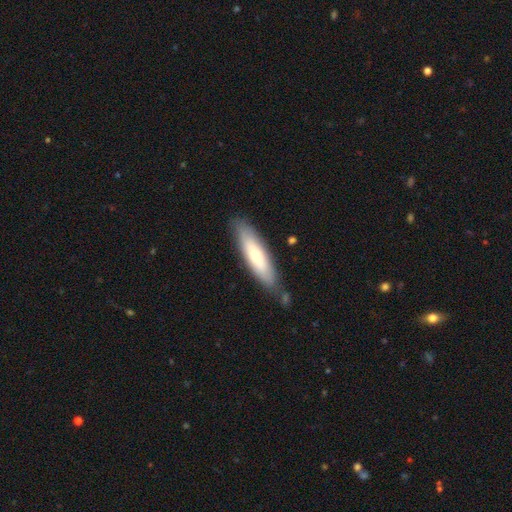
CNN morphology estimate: Q: Smooth or featured?
A: smooth (57%); runner-up: featured or disk (35%)
Q: How rounded?
A: cigar-shaped (70%); runner-up: in between (29%)
Q: Merging?
A: none (82%); runner-up: minor disturbance (13%)